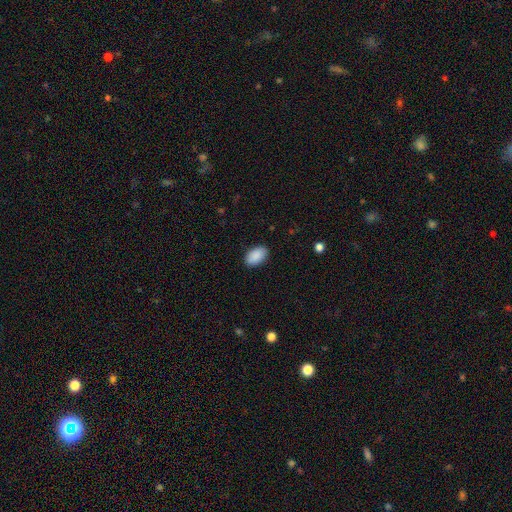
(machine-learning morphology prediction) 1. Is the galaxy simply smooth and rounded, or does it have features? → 90% smooth, 6% star or artifact, 3% featured or disk.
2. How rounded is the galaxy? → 93% in between, 5% round, 1% cigar-shaped.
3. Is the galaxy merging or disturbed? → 89% none, 8% minor disturbance, 2% major disturbance, 1% merger.